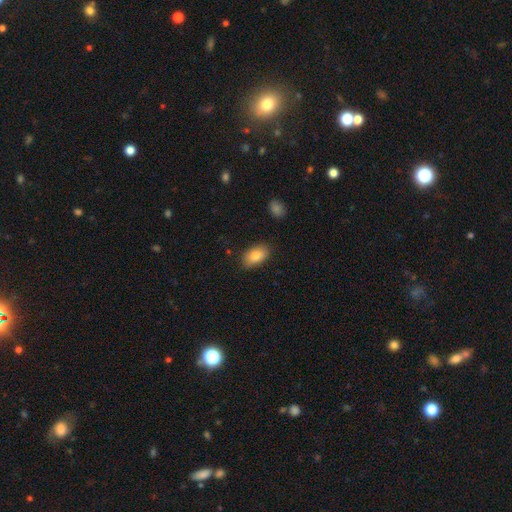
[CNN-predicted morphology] Overall: smooth (83%). How rounded: in between (93%). Merging: none (85%).